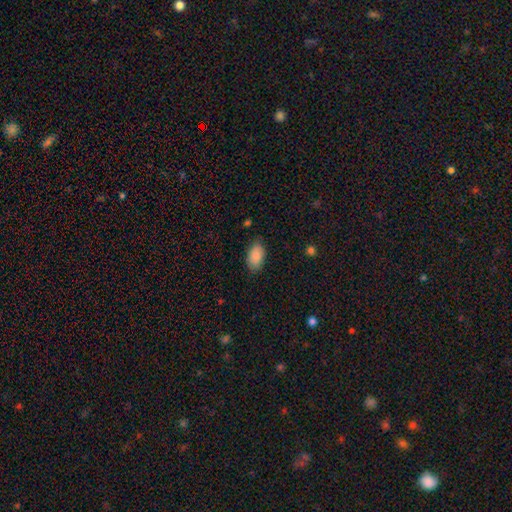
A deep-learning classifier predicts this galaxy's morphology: Smooth or featured? Predicted: smooth (p=0.88). How rounded? Predicted: in between (p=0.94). Merging? Predicted: none (p=0.80).